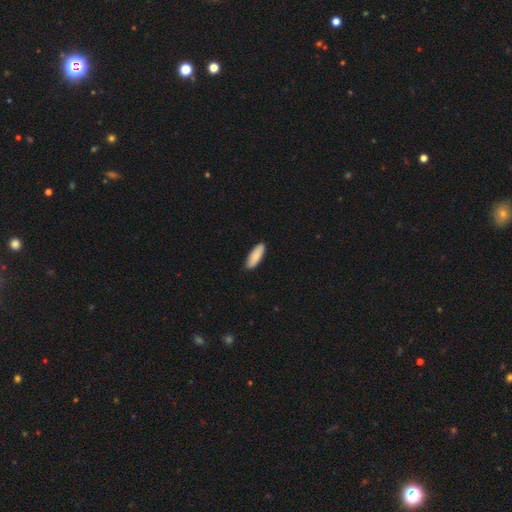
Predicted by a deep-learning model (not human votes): Smooth or featured?
  - smooth: 86% *
  - featured or disk: 9%
  - star or artifact: 5%
How rounded?
  - in between: 63% *
  - cigar-shaped: 36%
  - round: 2%
Merging?
  - none: 88% *
  - minor disturbance: 9%
  - major disturbance: 2%
  - merger: 1%